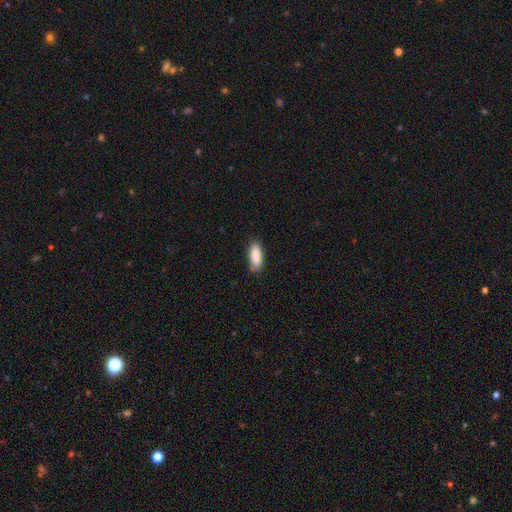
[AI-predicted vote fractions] A smooth galaxy with no disk features (88%) that is in between round and cigar-shaped (73%).

Vote fractions:
- Smooth or featured? smooth: 88% / star or artifact: 6% / featured or disk: 6%
- How rounded? in between: 73% / cigar-shaped: 25% / round: 2%
- Merging? none: 82% / minor disturbance: 14% / major disturbance: 2% / merger: 1%